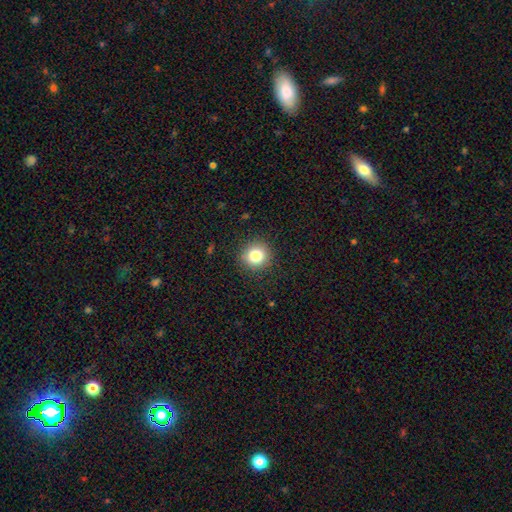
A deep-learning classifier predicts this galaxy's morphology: Smooth or featured?
  - smooth: 82% *
  - star or artifact: 11%
  - featured or disk: 7%
How rounded?
  - round: 90% *
  - in between: 9%
  - cigar-shaped: 1%
Merging?
  - none: 90% *
  - minor disturbance: 7%
  - major disturbance: 2%
  - merger: 1%